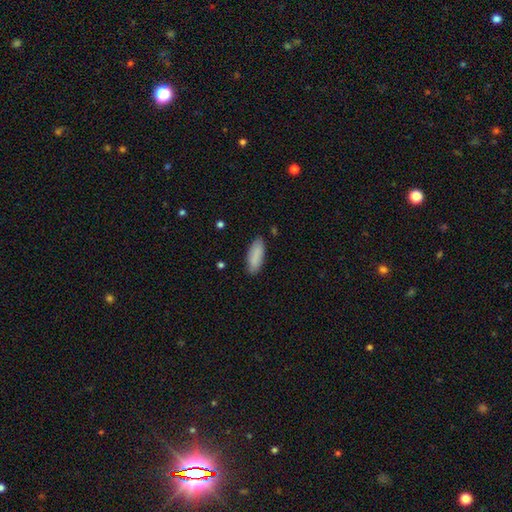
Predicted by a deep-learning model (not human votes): A smooth galaxy with no disk features (88%) that is in between round and cigar-shaped (71%). Merging: none (86%).